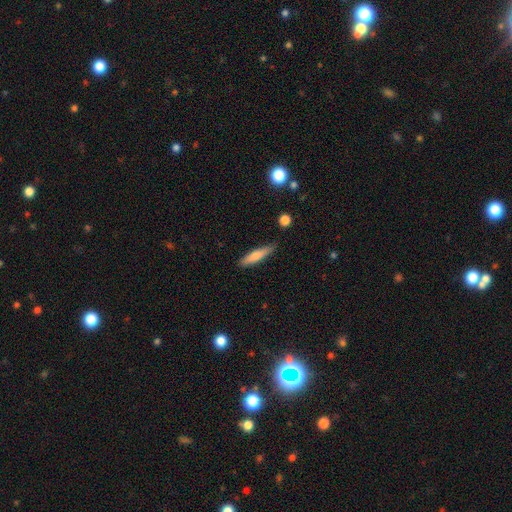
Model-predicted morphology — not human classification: smooth-or-featured: smooth: 70% | featured or disk: 24% | star or artifact: 6%
  how-rounded: cigar-shaped: 83% | in between: 16% | round: 2%
  merging: none: 82% | minor disturbance: 14% | major disturbance: 2% | merger: 2%